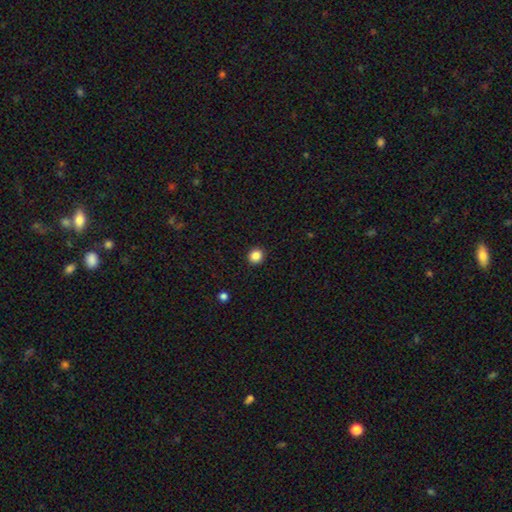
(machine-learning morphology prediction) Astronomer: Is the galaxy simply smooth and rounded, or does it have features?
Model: smooth — 86%.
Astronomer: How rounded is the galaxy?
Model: round — 91%.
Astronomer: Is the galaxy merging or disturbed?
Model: none — 93%.